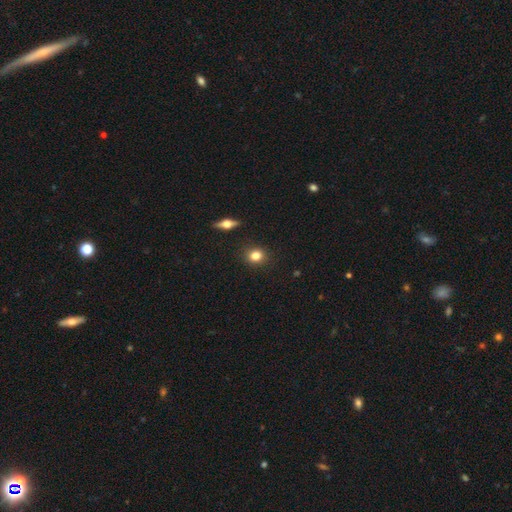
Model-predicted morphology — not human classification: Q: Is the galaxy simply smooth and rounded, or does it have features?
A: smooth — 80%.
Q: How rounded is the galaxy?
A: round — 71%.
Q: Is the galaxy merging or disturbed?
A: none — 90%.